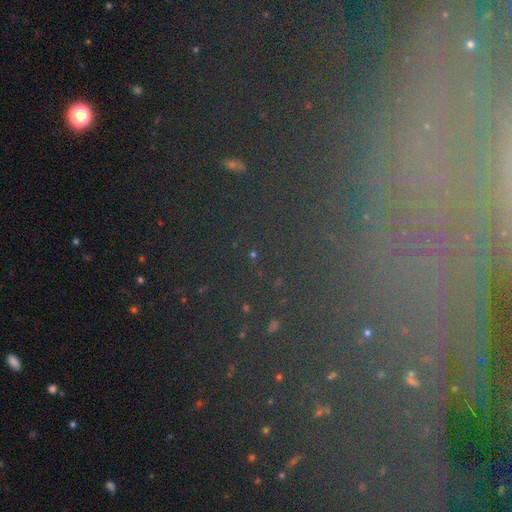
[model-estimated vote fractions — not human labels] Smooth or featured: star or artifact — 64% (smooth — 18%)